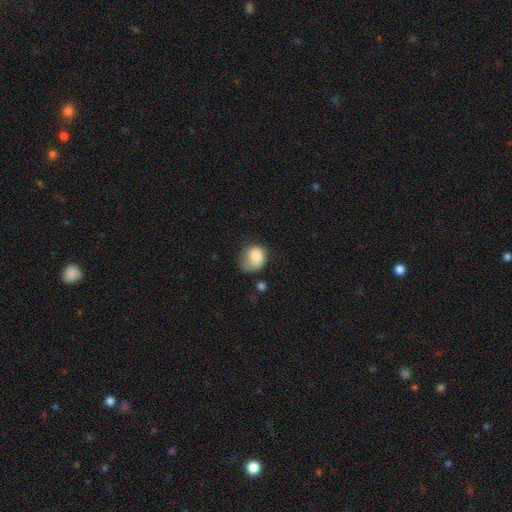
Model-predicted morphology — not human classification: Smooth or featured?
  - smooth: 79% *
  - featured or disk: 13%
  - star or artifact: 8%
How rounded?
  - round: 63% *
  - in between: 36%
  - cigar-shaped: 1%
Merging?
  - minor disturbance: 37% *
  - none: 35%
  - major disturbance: 24%
  - merger: 5%